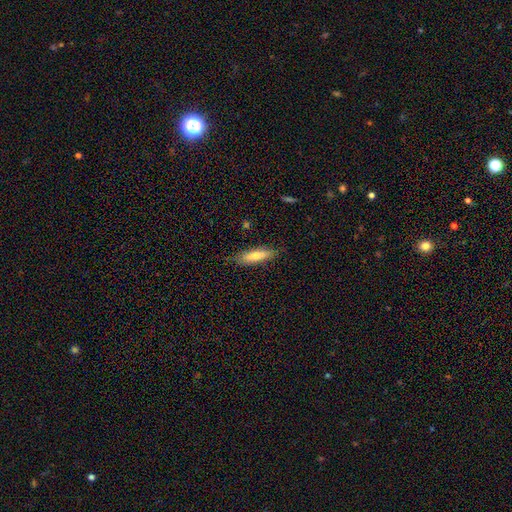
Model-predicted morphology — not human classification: This is likely a smooth galaxy (68%). How rounded: likely cigar-shaped (66%). Merging: clearly none (83%).